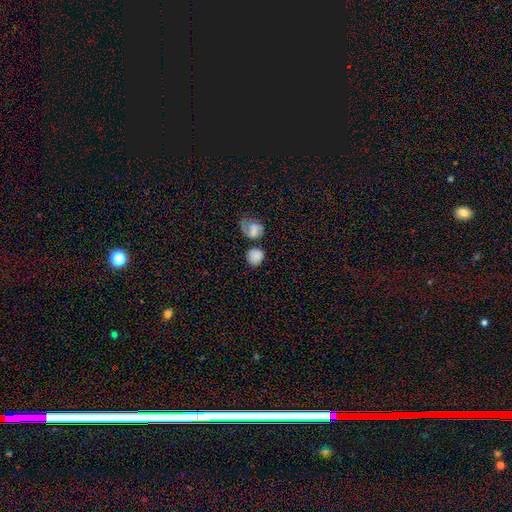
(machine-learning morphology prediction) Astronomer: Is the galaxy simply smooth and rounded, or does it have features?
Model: smooth — 81%.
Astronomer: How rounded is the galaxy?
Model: round — 78%.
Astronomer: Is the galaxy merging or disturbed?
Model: none — 60%.